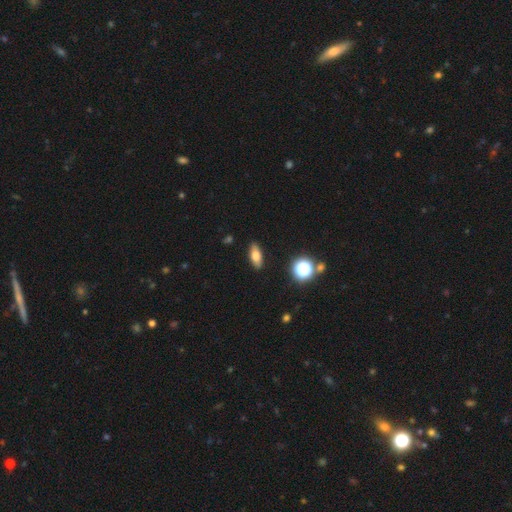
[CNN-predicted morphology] Smooth or featured?
  - smooth: 68% *
  - featured or disk: 21%
  - star or artifact: 10%
How rounded?
  - in between: 72% *
  - cigar-shaped: 21%
  - round: 7%
Merging?
  - none: 88% *
  - minor disturbance: 8%
  - major disturbance: 2%
  - merger: 1%